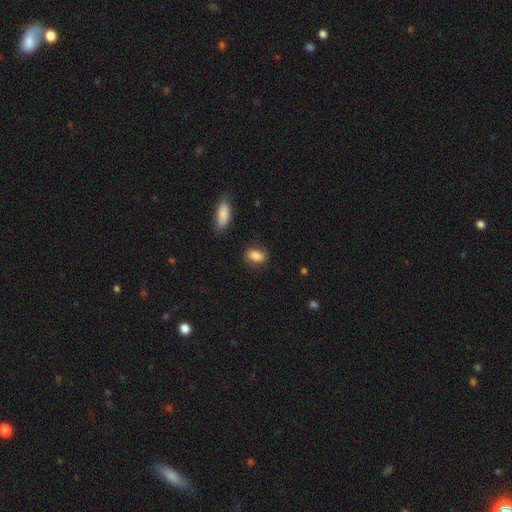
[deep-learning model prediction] This is clearly a smooth galaxy (83%). How rounded: clearly in between (83%). Merging: clearly none (80%).